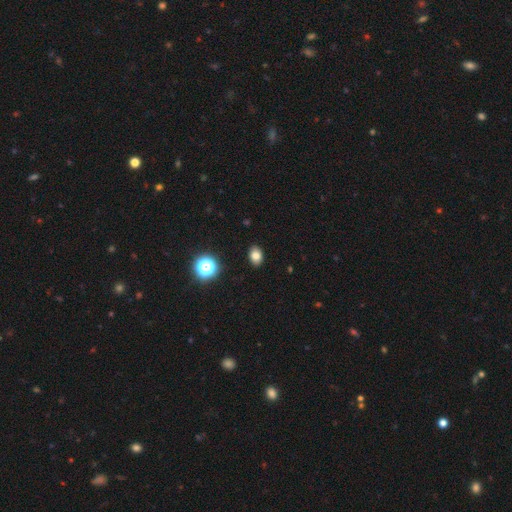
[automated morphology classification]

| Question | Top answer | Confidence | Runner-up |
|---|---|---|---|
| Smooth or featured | smooth | 79% | star or artifact (13%) |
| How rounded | in between | 75% | round (24%) |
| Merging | none | 89% | minor disturbance (7%) |